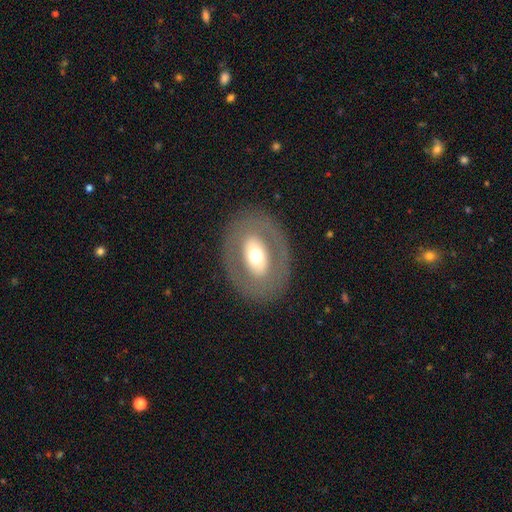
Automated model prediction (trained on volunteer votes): Smooth or featured? Predicted: featured or disk (p=0.49). Merging? Predicted: none (p=0.82).